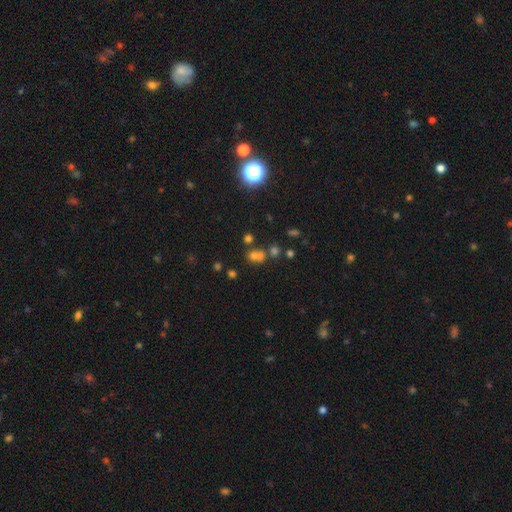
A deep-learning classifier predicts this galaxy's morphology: type=smooth (55%); roundness=round (67%); merging=none (47%).